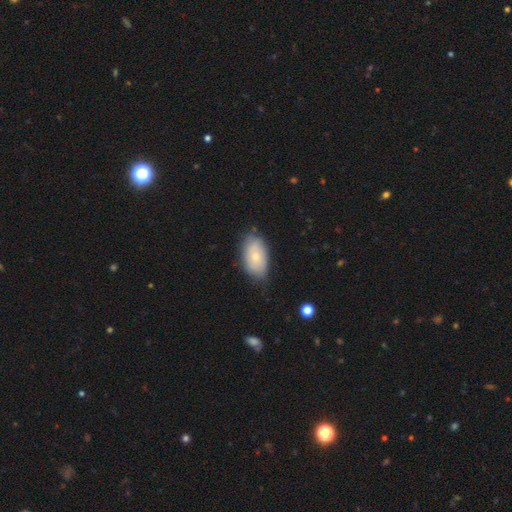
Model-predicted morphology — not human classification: Q: Smooth or featured?
A: smooth (70%); runner-up: featured or disk (24%)
Q: How rounded?
A: in between (93%); runner-up: round (5%)
Q: Merging?
A: none (73%); runner-up: minor disturbance (21%)